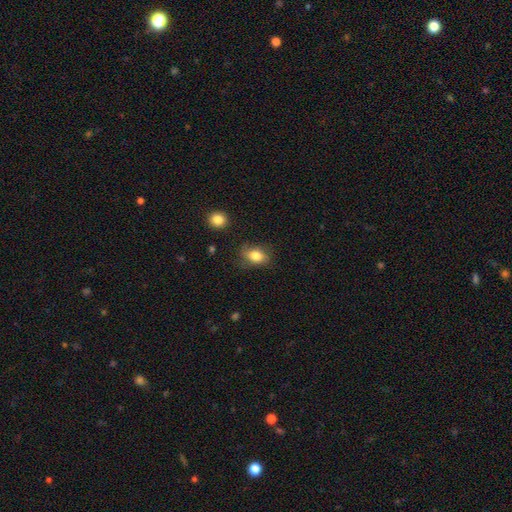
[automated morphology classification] This is clearly a smooth galaxy (82%). How rounded: likely in between (74%). Merging: likely none (72%).